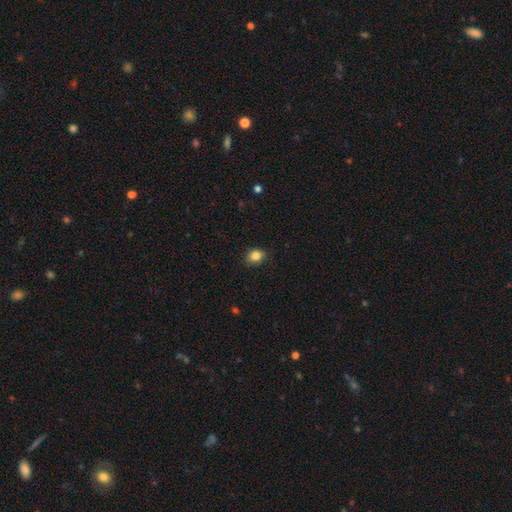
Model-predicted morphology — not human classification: Smooth or featured? Predicted: smooth (p=0.85). How rounded? Predicted: round (p=0.51). Merging? Predicted: none (p=0.82).